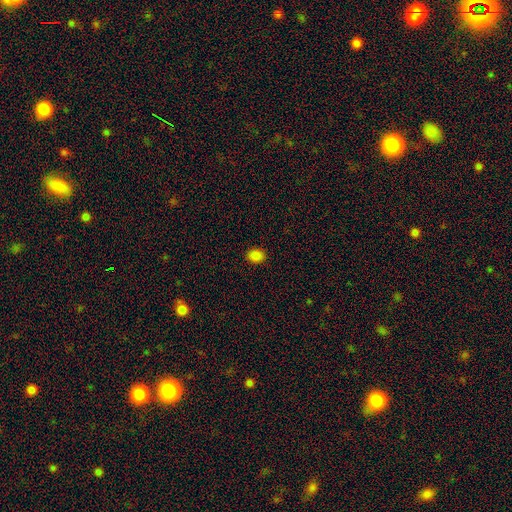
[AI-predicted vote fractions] Morphology: type=smooth (85%); roundness=in between (56%); merging=none (90%).